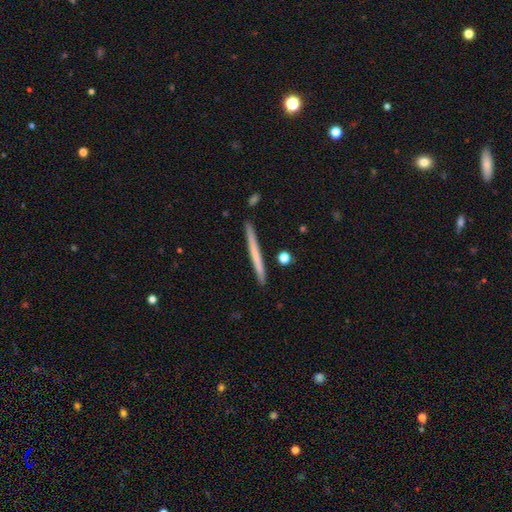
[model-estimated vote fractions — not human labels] Smooth or featured? smooth (55%)
How rounded? cigar-shaped (97%)
Merging? none (91%)